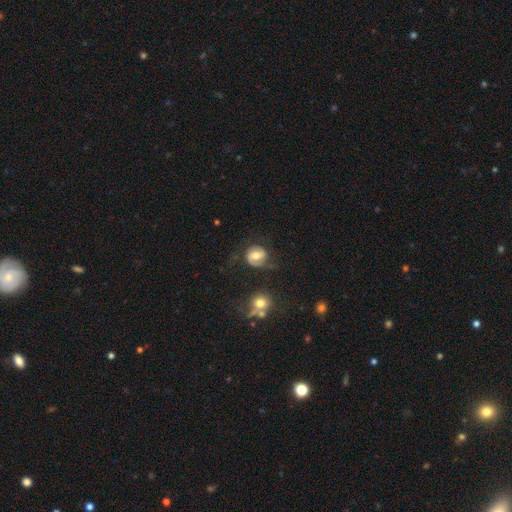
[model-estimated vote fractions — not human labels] featured or disk 53%, smooth 39%, star or artifact 8%. Down the decision tree: edge-on disk — no (97%); bar — weak (42%); spiral arms — yes (76%); bulge size — moderate (70%); merging — none (61%).